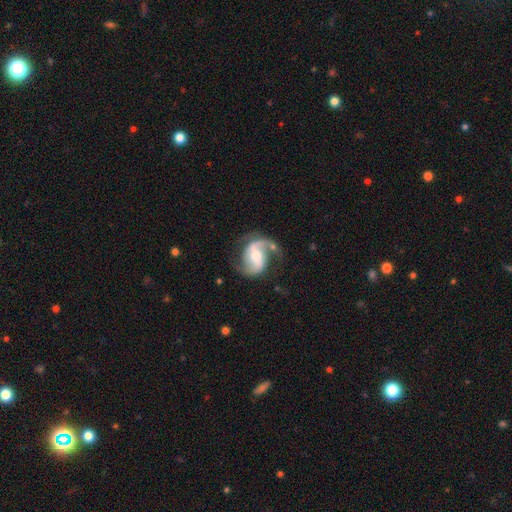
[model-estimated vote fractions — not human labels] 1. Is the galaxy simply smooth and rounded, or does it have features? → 88% featured or disk, 7% smooth, 5% star or artifact.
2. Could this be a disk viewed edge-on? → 98% no, 2% yes.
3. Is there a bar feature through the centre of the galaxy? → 42% weak, 31% strong, 27% no.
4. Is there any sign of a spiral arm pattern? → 96% yes, 4% no.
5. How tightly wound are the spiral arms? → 46% medium, 43% loose, 11% tight.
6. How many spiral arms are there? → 89% 2, 5% 1, 3% can't tell, 1% 3, 1% 4, 1% more than 4.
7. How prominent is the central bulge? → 58% moderate, 33% small, 6% large, 2% none, 1% dominant.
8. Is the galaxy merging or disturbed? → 67% none, 17% minor disturbance, 12% major disturbance, 4% merger.